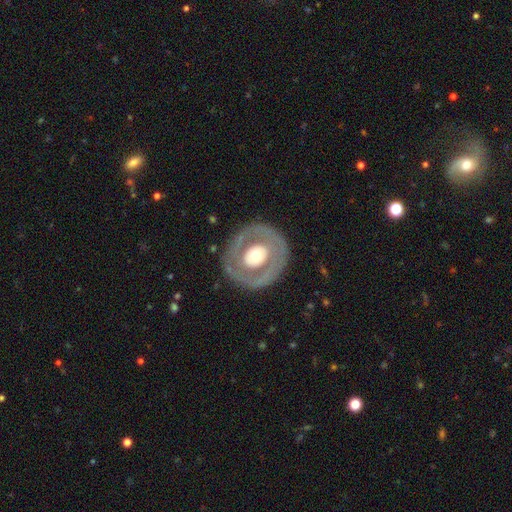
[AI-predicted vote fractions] This is likely a featured or disk galaxy (60%). It is clearly not viewed edge-on (95%). Bar: clearly no (81%). Spiral arm pattern: clearly no (83%). Central bulge: possibly moderate (57%). Merging: clearly none (80%).